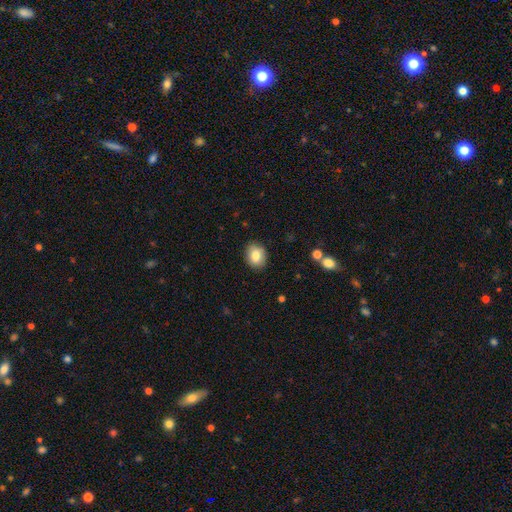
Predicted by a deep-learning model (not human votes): smooth-or-featured: smooth: 81% | featured or disk: 10% | star or artifact: 8%
  how-rounded: round: 51% | in between: 48% | cigar-shaped: 1%
  merging: none: 87% | minor disturbance: 10% | major disturbance: 2% | merger: 1%